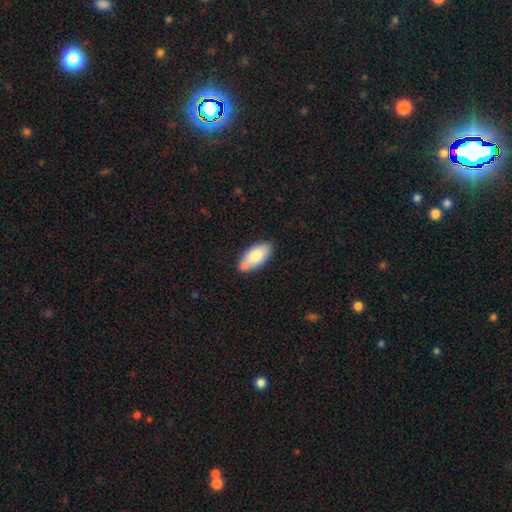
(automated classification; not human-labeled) smooth-or-featured: smooth: 79% | featured or disk: 15% | star or artifact: 6%
  how-rounded: in between: 92% | cigar-shaped: 6% | round: 2%
  merging: none: 62% | minor disturbance: 17% | merger: 17% | major disturbance: 4%